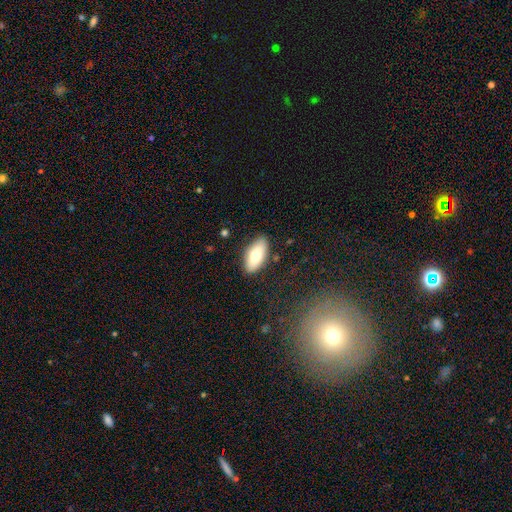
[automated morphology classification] A smooth galaxy with no disk features (75%) that is in between round and cigar-shaped (91%). Merging: none (85%).